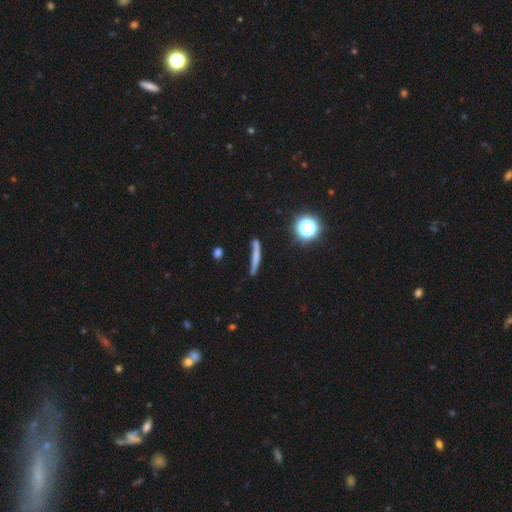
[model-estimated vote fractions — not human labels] Morphology: type=smooth (58%); roundness=cigar-shaped (89%); merging=none (66%).